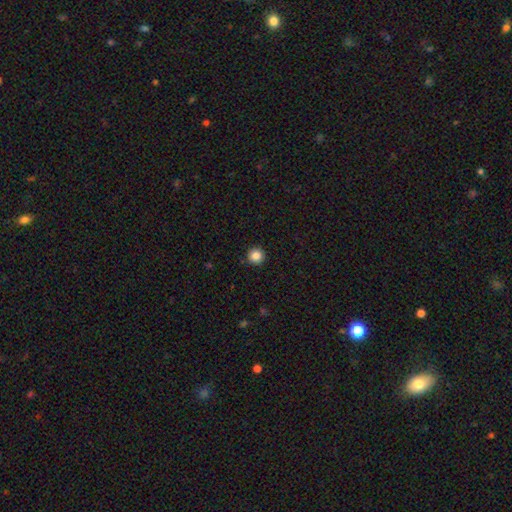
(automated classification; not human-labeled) The model was most divided on "smooth or featured": smooth: 86%, star or artifact: 11%, featured or disk: 4%. More confident: how rounded — round (96%); merging — none (93%).